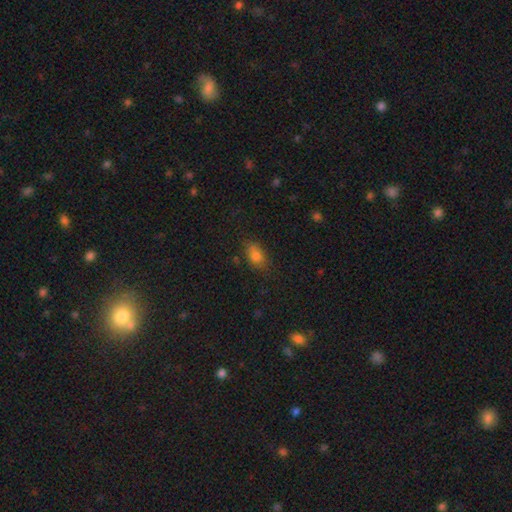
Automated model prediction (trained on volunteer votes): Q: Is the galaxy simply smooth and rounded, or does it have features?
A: smooth — 79%.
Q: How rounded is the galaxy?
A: in between — 82%.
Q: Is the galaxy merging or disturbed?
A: none — 71%.